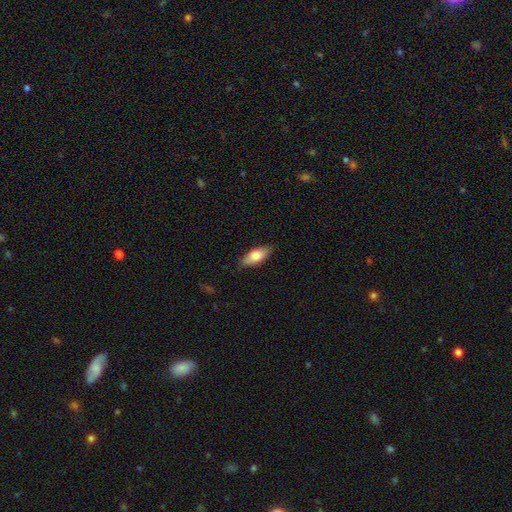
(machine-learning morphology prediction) smooth_or_featured: smooth (p=0.77) [alt: featured or disk p=0.17]
how_rounded: in between (p=0.79) [alt: cigar-shaped p=0.18]
merging: none (p=0.85) [alt: minor disturbance p=0.11]